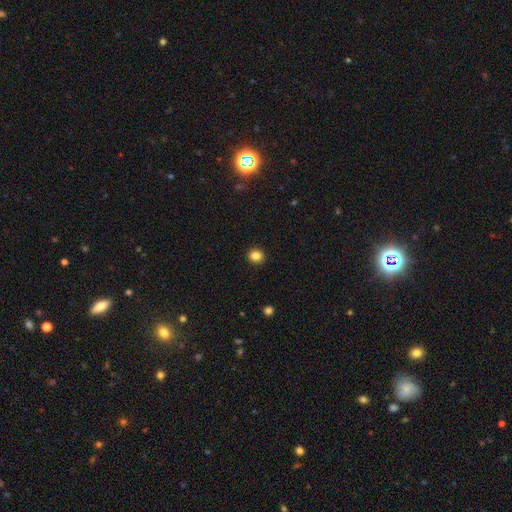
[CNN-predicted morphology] Smooth or featured? Predicted: smooth (p=0.85). How rounded? Predicted: round (p=0.85). Merging? Predicted: none (p=0.92).